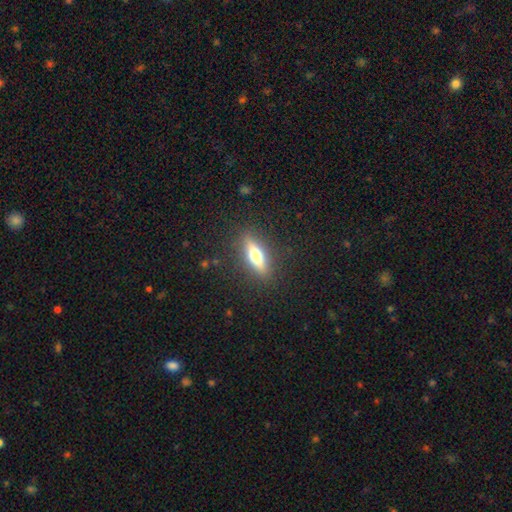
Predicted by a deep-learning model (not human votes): Q: Smooth or featured?
A: smooth (49%); runner-up: featured or disk (43%)
Q: Merging?
A: none (87%); runner-up: minor disturbance (9%)